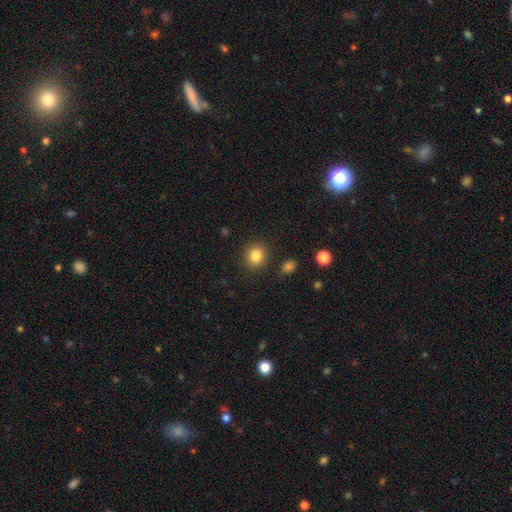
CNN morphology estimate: smooth 84%, star or artifact 10%, featured or disk 5%. Down the decision tree: how rounded — round (85%); merging — none (88%).